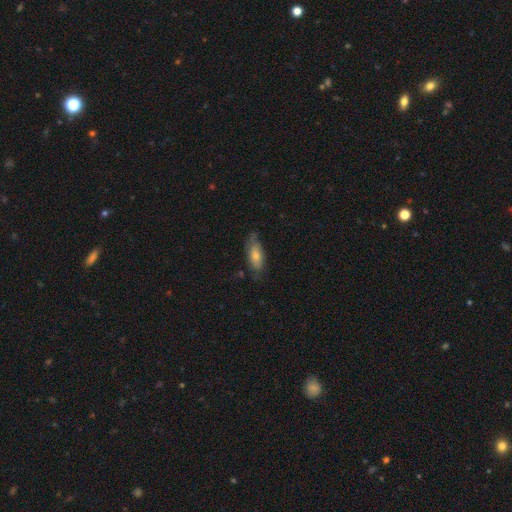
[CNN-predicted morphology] Smooth or featured?
  - smooth: 68% *
  - featured or disk: 25%
  - star or artifact: 7%
How rounded?
  - in between: 76% *
  - cigar-shaped: 21%
  - round: 2%
Merging?
  - none: 64% *
  - minor disturbance: 27%
  - major disturbance: 7%
  - merger: 2%